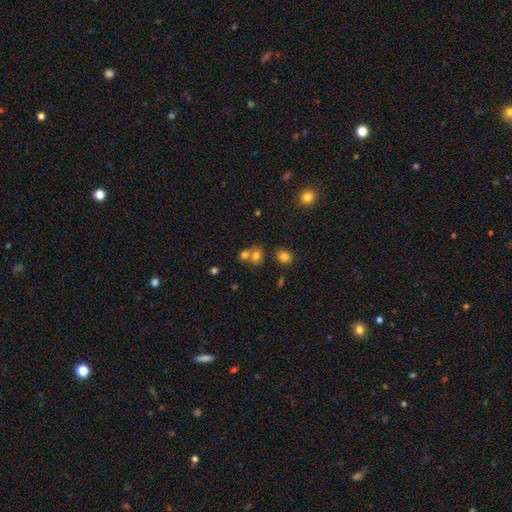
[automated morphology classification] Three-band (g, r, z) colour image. It shows a smooth galaxy with no disk features (74%) that is round (62%). Merging: merger (49%).